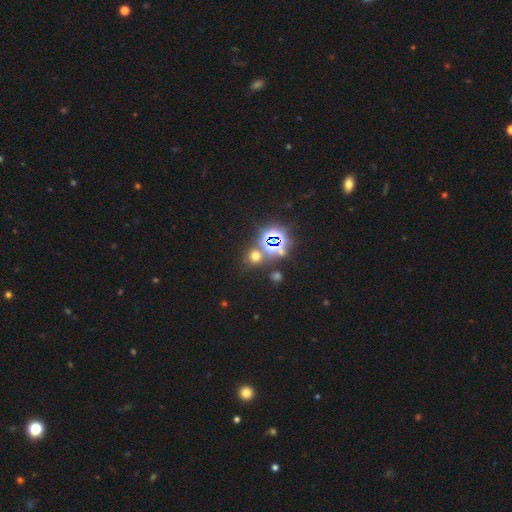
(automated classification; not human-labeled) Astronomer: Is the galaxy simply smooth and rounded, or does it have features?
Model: star or artifact — 47% (runner-up: smooth, 46%).